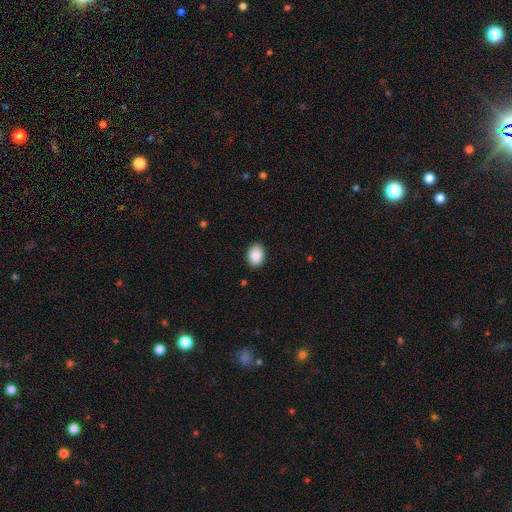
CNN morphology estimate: smooth 89%, star or artifact 7%, featured or disk 4%. Down the decision tree: how rounded — in between (72%); merging — none (88%).